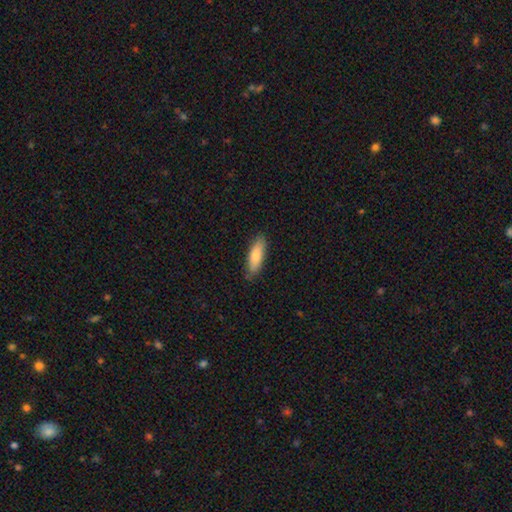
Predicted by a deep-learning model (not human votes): This appears to be a smooth galaxy with no disk features (80%) that is in between round and cigar-shaped (55%). Merging: none (82%).